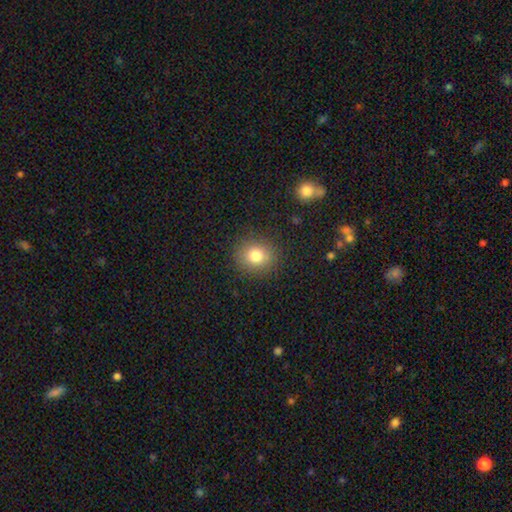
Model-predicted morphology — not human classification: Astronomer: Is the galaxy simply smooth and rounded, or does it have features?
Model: smooth — 78%.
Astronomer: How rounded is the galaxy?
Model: round — 77%.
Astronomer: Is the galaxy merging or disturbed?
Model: none — 88%.